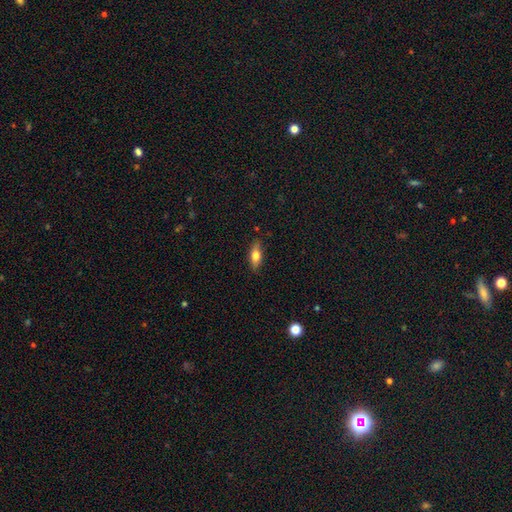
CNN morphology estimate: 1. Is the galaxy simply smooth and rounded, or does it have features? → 66% smooth, 27% featured or disk, 7% star or artifact.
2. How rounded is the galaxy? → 67% in between, 29% cigar-shaped, 4% round.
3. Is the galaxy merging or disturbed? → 84% none, 12% minor disturbance, 2% major disturbance, 1% merger.